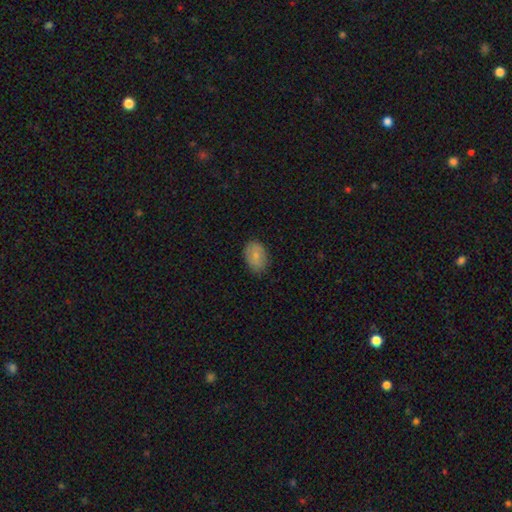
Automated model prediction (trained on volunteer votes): smooth-or-featured: smooth: 76% | featured or disk: 16% | star or artifact: 8%
  how-rounded: in between: 79% | round: 20% | cigar-shaped: 1%
  merging: none: 80% | minor disturbance: 16% | major disturbance: 3% | merger: 1%